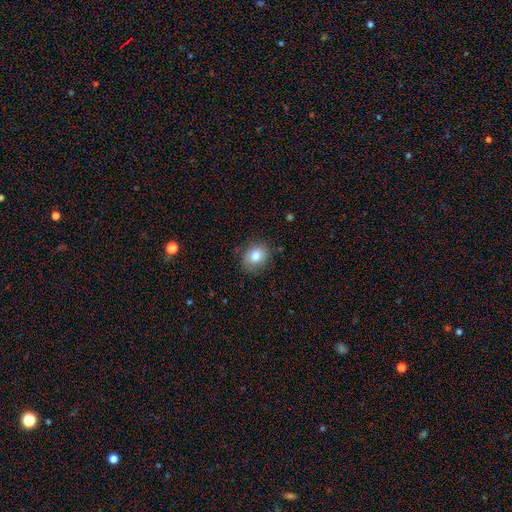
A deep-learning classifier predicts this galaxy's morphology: Smooth or featured? smooth (80%)
How rounded? round (60%)
Merging? none (83%)